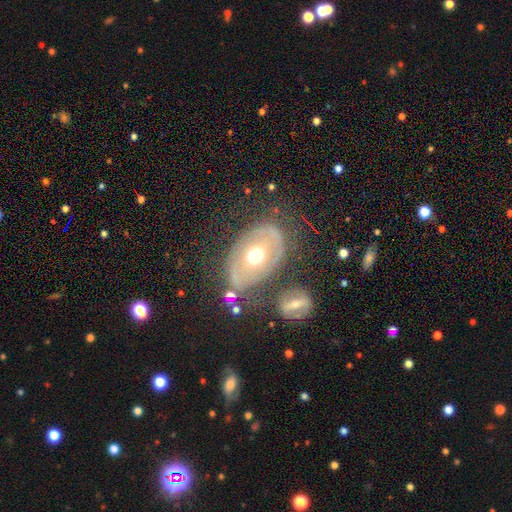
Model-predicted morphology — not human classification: smooth_or_featured: featured or disk (p=0.63) [alt: smooth p=0.29]
disk_edge_on: no (p=0.92) [alt: yes p=0.08]
bar: no (p=0.73) [alt: weak p=0.19]
has_spiral_arms: no (p=0.64) [alt: yes p=0.36]
bulge_size: moderate (p=0.68) [alt: large p=0.23]
merging: none (p=0.57) [alt: minor disturbance p=0.19]